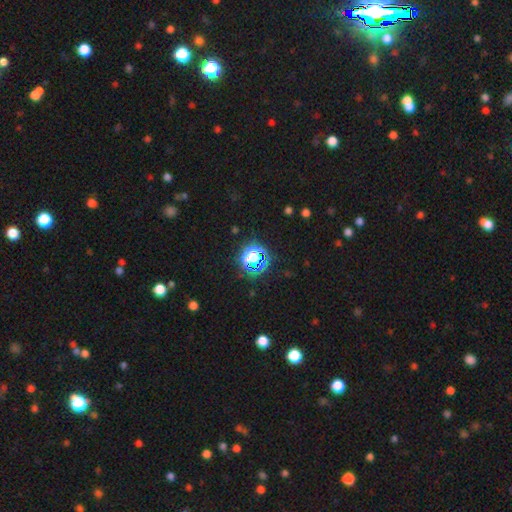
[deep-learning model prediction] Q: Smooth or featured?
A: star or artifact (64%); runner-up: smooth (26%)